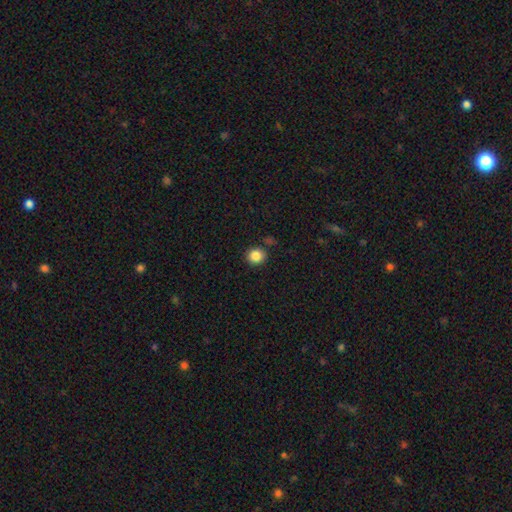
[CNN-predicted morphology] This is clearly a smooth galaxy (85%). How rounded: clearly round (87%). Merging: clearly none (86%).